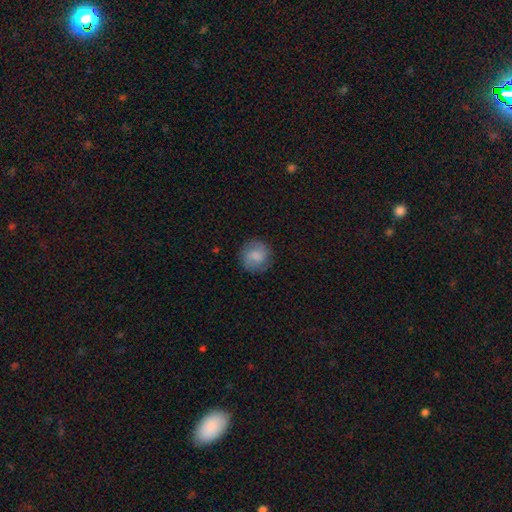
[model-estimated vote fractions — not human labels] Overall: smooth (67%). How rounded: round (89%). Merging: none (82%).